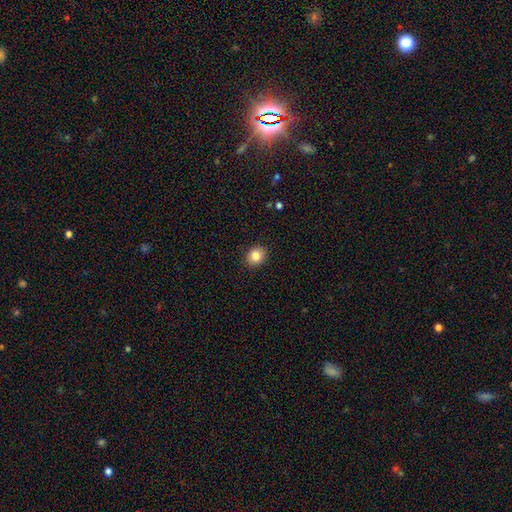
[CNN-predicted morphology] A smooth galaxy with no disk features (84%) that is round (64%).

Vote fractions:
- Smooth or featured? smooth: 84% / star or artifact: 10% / featured or disk: 6%
- How rounded? round: 64% / in between: 35% / cigar-shaped: 1%
- Merging? none: 89% / minor disturbance: 8% / major disturbance: 2% / merger: 1%